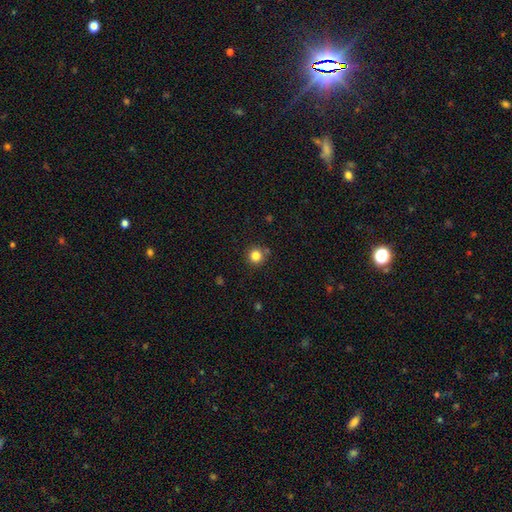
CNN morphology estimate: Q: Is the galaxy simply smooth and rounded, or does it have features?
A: smooth — 83%.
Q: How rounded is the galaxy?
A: round — 94%.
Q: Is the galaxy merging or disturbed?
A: none — 83%.